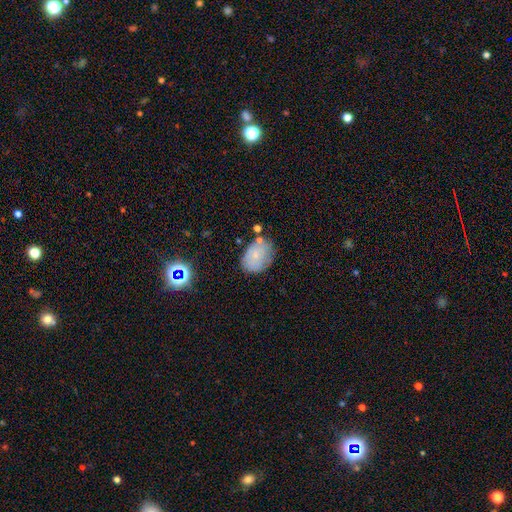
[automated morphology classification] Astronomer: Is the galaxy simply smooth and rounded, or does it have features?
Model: smooth — 74%.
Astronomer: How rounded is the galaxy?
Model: in between — 75%.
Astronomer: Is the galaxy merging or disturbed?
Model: none — 64%.